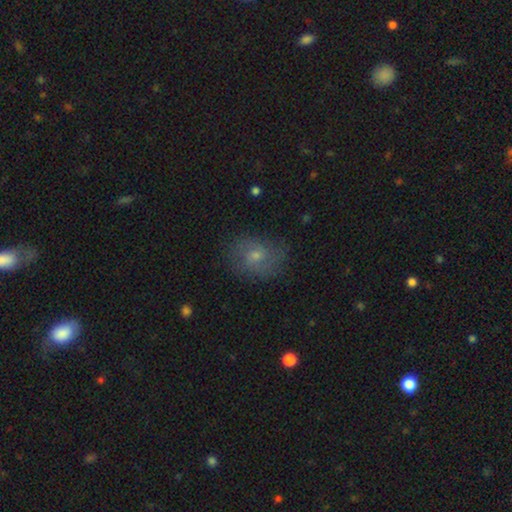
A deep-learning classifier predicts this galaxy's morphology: This appears to be a featured or disk galaxy (44%). Merging: none (73%).